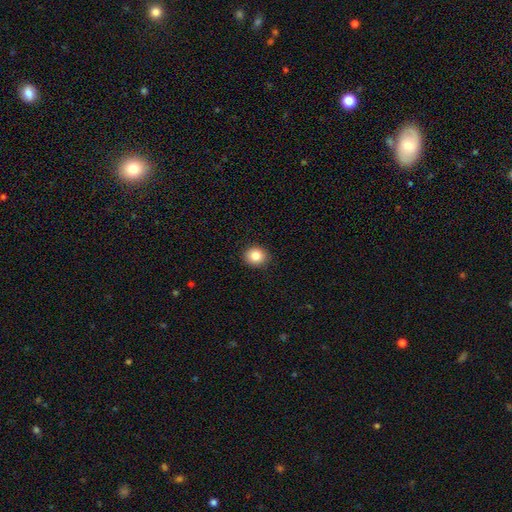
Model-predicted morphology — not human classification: smooth-or-featured: smooth: 85% | star or artifact: 9% | featured or disk: 6%
  how-rounded: round: 75% | in between: 24% | cigar-shaped: 1%
  merging: none: 91% | minor disturbance: 7% | major disturbance: 2% | merger: 1%